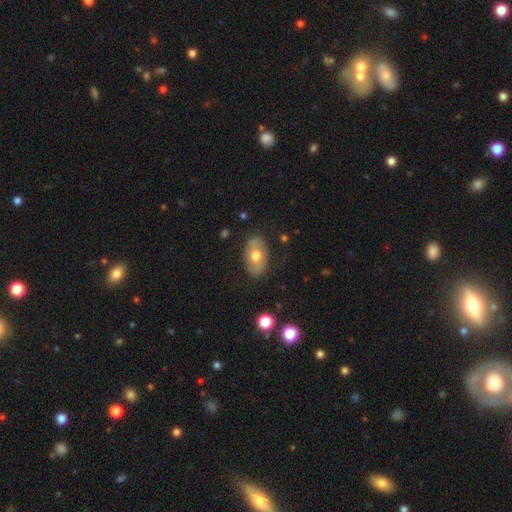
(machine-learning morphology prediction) Smooth or featured?
  - smooth: 52% *
  - featured or disk: 41%
  - star or artifact: 7%
How rounded?
  - in between: 87% *
  - round: 12%
  - cigar-shaped: 1%
Merging?
  - none: 81% *
  - minor disturbance: 14%
  - major disturbance: 4%
  - merger: 1%